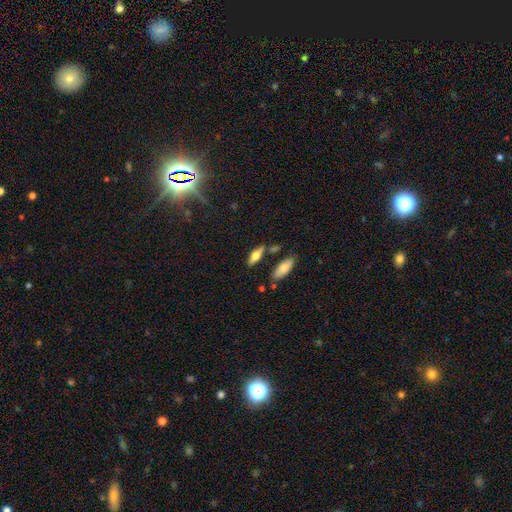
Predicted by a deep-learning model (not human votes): Smooth or featured?
  - smooth: 58% *
  - featured or disk: 34%
  - star or artifact: 8%
How rounded?
  - in between: 62% *
  - cigar-shaped: 35%
  - round: 3%
Merging?
  - none: 69% *
  - minor disturbance: 14%
  - merger: 12%
  - major disturbance: 4%